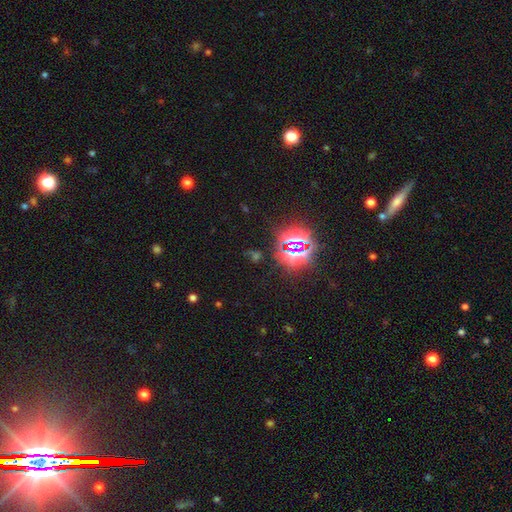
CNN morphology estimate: smooth-or-featured: star or artifact: 74% | smooth: 18% | featured or disk: 9%